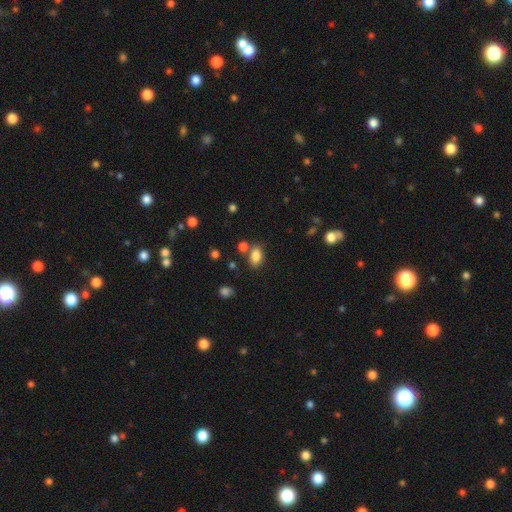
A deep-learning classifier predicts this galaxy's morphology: type=smooth (84%); roundness=in between (87%); merging=none (70%).